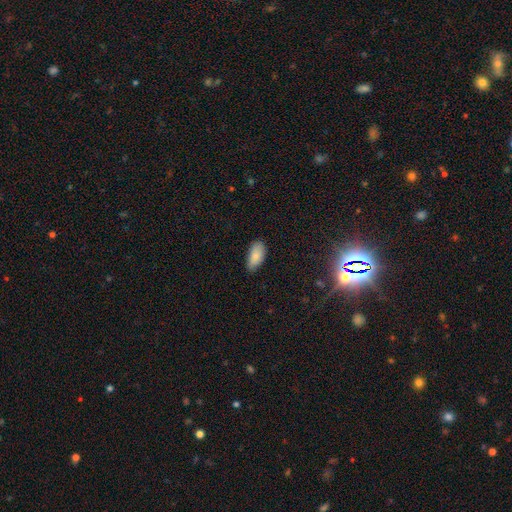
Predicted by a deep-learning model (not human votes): Smooth or featured?
  - smooth: 85% *
  - featured or disk: 8%
  - star or artifact: 7%
How rounded?
  - in between: 93% *
  - cigar-shaped: 4%
  - round: 3%
Merging?
  - none: 73% *
  - minor disturbance: 23%
  - major disturbance: 3%
  - merger: 1%